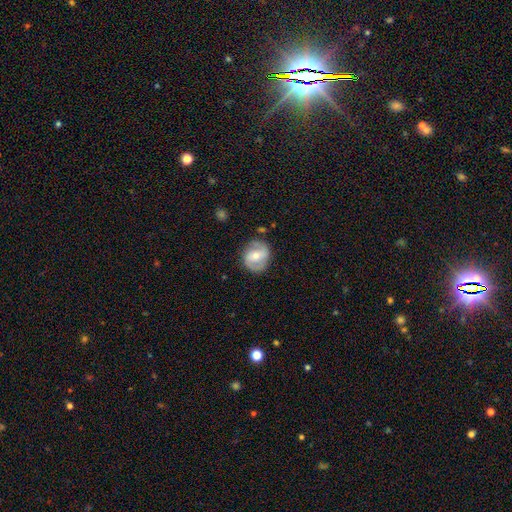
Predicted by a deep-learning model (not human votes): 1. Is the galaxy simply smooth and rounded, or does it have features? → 67% featured or disk, 27% smooth, 6% star or artifact.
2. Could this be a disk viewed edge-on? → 97% no, 3% yes.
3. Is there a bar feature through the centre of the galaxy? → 40% weak, 31% strong, 29% no.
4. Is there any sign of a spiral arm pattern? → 80% yes, 20% no.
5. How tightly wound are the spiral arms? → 45% medium, 35% tight, 20% loose.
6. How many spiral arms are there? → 84% 2, 10% can't tell, 3% 1, 1% 3, 1% 4, 1% more than 4.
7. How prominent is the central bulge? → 55% moderate, 40% small, 3% large, 1% none, 1% dominant.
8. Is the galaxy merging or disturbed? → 77% none, 15% minor disturbance, 6% major disturbance, 2% merger.